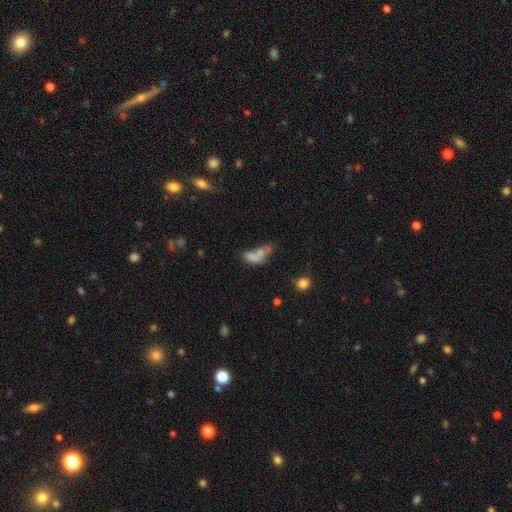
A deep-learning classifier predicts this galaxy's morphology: Overall: smooth (63%; featured or disk 24%). How rounded: in between (78%). Merging: merger (55%; none 20%).